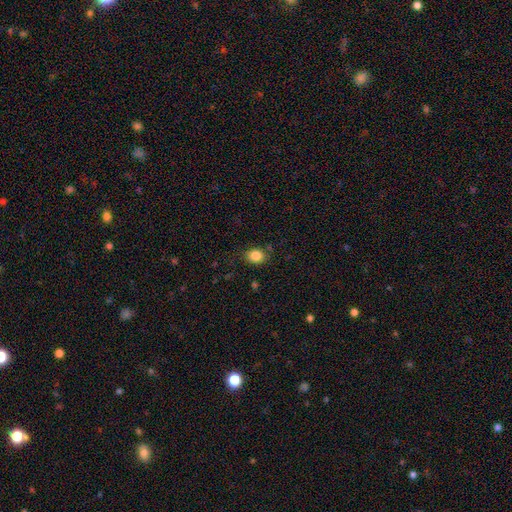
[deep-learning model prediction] Q: Smooth or featured?
A: smooth (85%); runner-up: star or artifact (10%)
Q: How rounded?
A: round (50%); runner-up: in between (49%)
Q: Merging?
A: none (81%); runner-up: minor disturbance (13%)